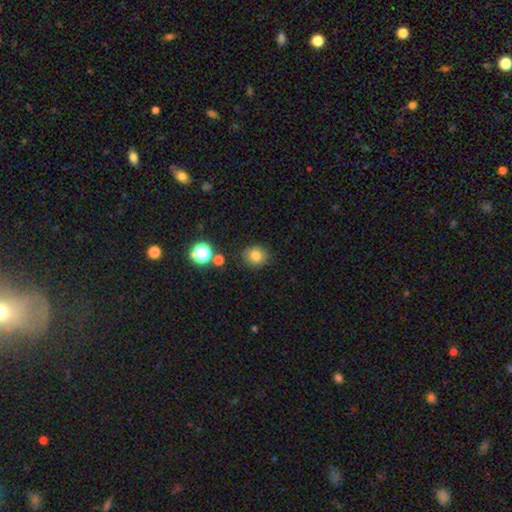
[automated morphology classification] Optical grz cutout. It shows a smooth galaxy with no disk features (79%) that is round (83%). Merging: none (86%).